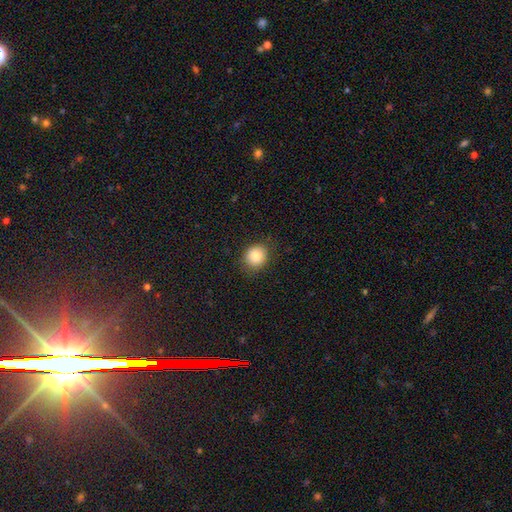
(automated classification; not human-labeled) smooth_or_featured: smooth (p=0.84) [alt: star or artifact p=0.09]
how_rounded: round (p=0.80) [alt: in between p=0.19]
merging: none (p=0.84) [alt: minor disturbance p=0.12]